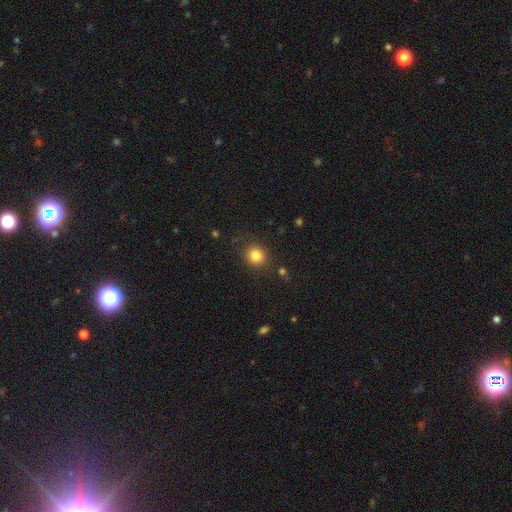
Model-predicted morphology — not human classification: This is clearly a smooth galaxy (82%). How rounded: likely round (80%). Merging: clearly none (85%).